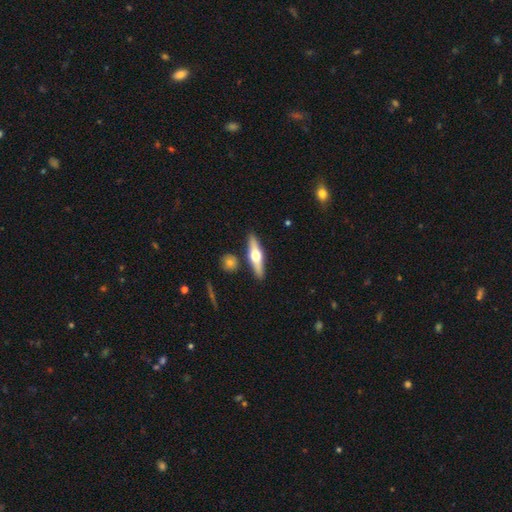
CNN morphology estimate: Overall: featured or disk (61%; smooth 33%). Edge-on disk: yes (94%). Edge-on bulge: rounded (96%). Merging: none (86%).